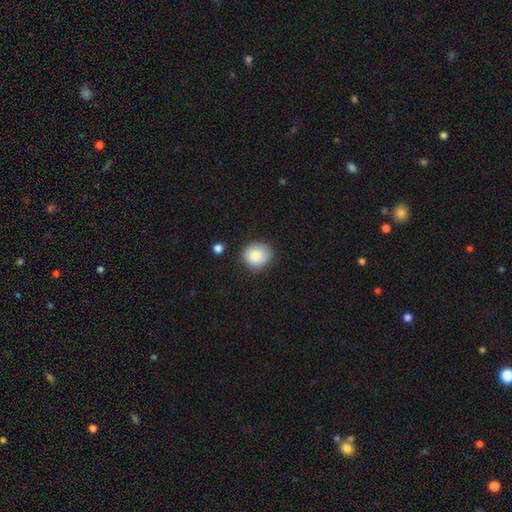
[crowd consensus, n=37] smooth 97%, star or artifact 3%, featured or disk 0%. Down the decision tree: how rounded — round (86%); merging — none (81%).